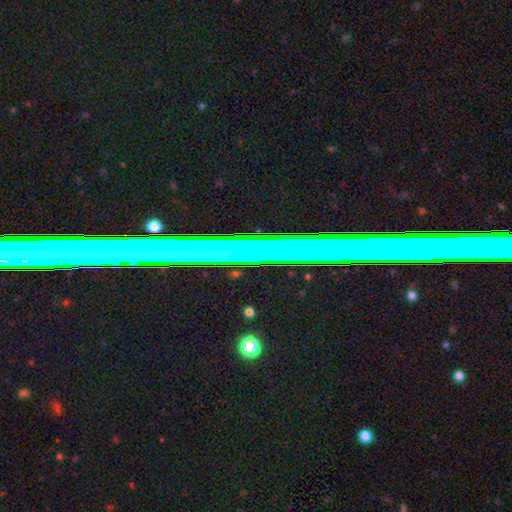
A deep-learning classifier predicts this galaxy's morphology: Smooth or featured: star or artifact — 47% (featured or disk — 36%)